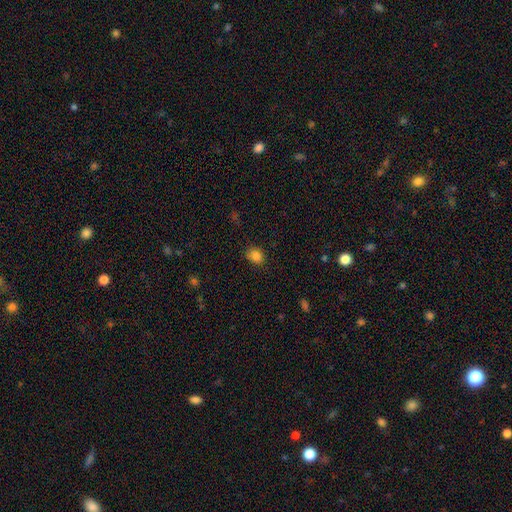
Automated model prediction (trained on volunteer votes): smooth 84%, star or artifact 12%, featured or disk 4%. Down the decision tree: how rounded — round (56%); merging — none (84%).